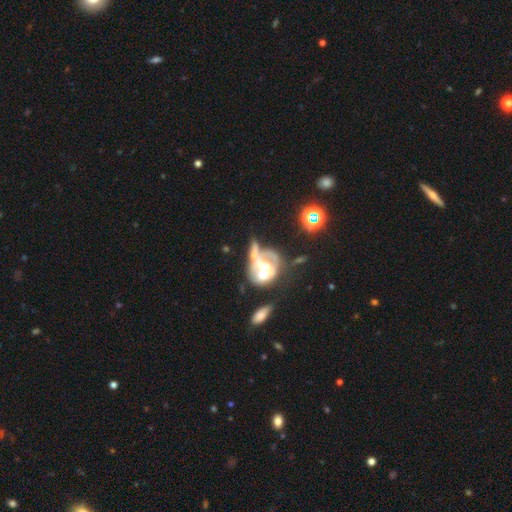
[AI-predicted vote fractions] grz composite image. It shows a featured or disk galaxy (60%) with no bar (73%), no spiral arms (72%) and a moderate central bulge (60%). Merging: merger (60%).